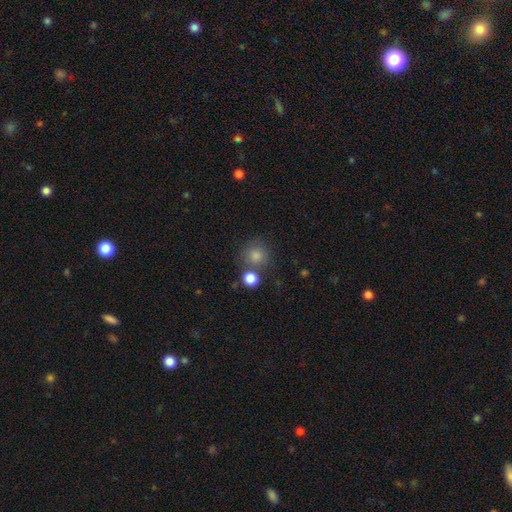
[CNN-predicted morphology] smooth-or-featured: smooth: 78% | star or artifact: 15% | featured or disk: 7%
  how-rounded: round: 91% | in between: 8% | cigar-shaped: 1%
  merging: none: 71% | merger: 15% | minor disturbance: 10% | major disturbance: 4%